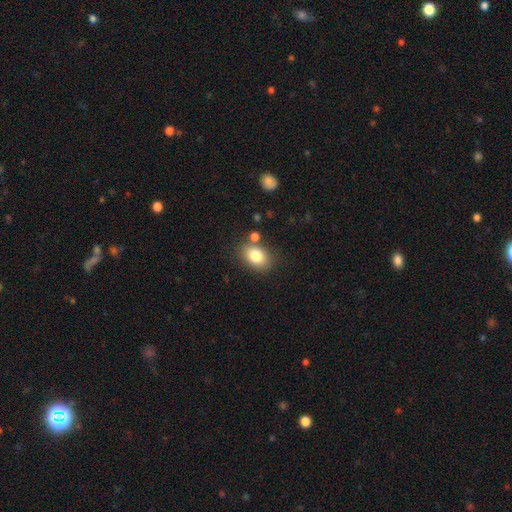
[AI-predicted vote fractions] Overall: smooth (82%). How rounded: in between (72%). Merging: none (75%).